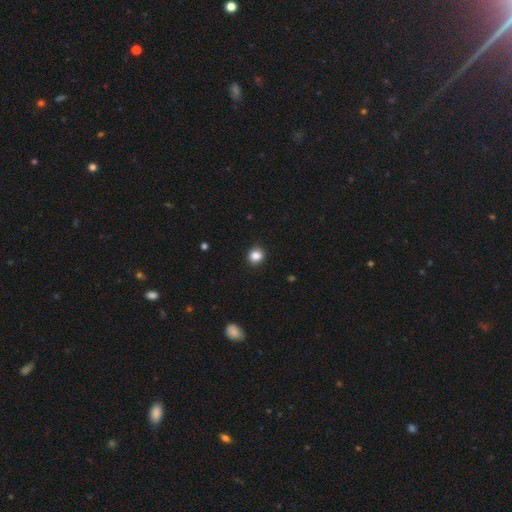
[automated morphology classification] Smooth or featured: smooth — 85% (star or artifact — 11%)
How rounded: round — 82% (in between — 17%)
Merging: none — 90% (minor disturbance — 7%)